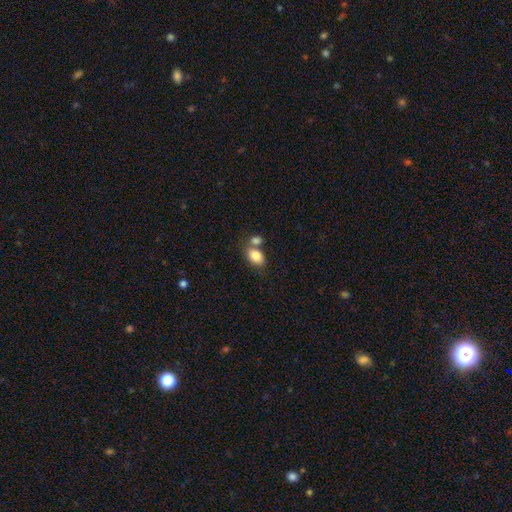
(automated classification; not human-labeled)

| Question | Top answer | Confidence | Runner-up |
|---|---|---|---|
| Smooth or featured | smooth | 84% | featured or disk (8%) |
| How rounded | in between | 82% | round (17%) |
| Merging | none | 49% | merger (36%) |